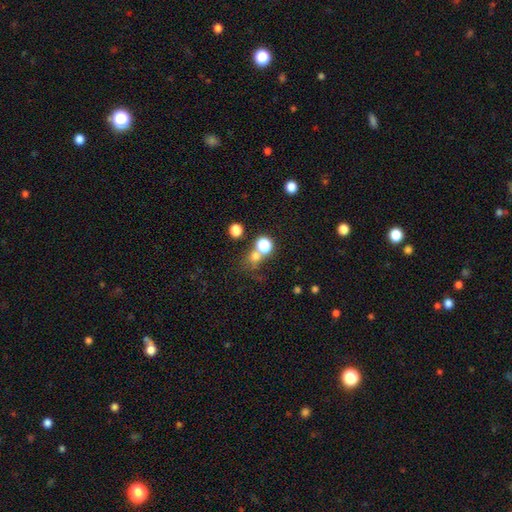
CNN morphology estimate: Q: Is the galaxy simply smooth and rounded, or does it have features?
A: smooth — 69%.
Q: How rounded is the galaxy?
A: round — 83%.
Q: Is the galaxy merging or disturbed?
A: none — 53%.